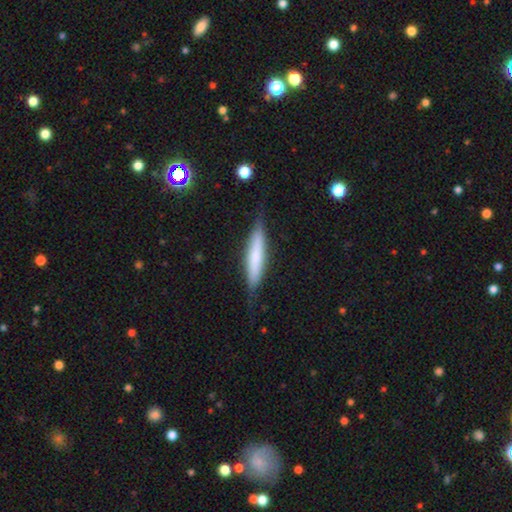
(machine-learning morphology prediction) type=smooth (62%); roundness=cigar-shaped (85%); merging=none (78%).